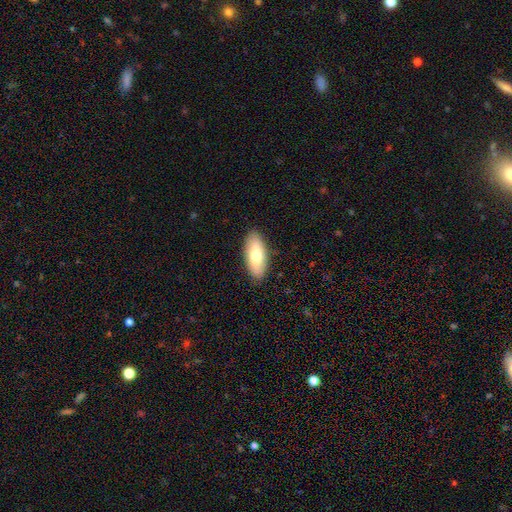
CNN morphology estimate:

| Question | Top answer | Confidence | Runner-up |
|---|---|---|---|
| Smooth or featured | smooth | 72% | featured or disk (22%) |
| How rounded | in between | 80% | cigar-shaped (18%) |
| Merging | none | 88% | minor disturbance (9%) |